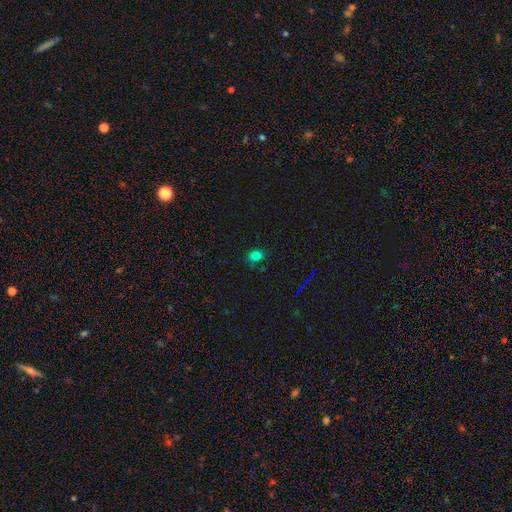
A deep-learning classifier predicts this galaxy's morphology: A smooth galaxy with no disk features (75%) that is in between round and cigar-shaped (58%). Merging: none (78%).